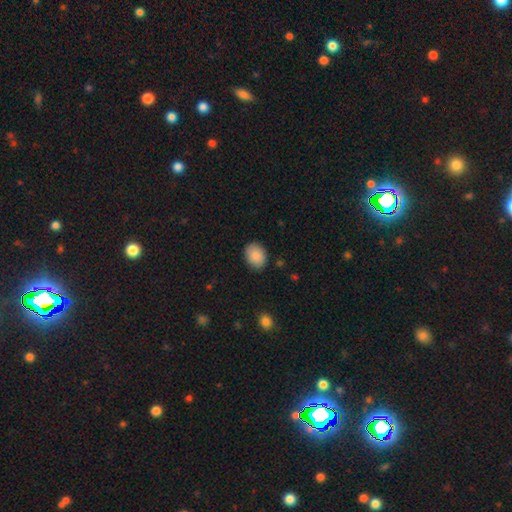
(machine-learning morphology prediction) The model was most divided on "how rounded": in between: 67%, round: 32%, cigar-shaped: 1%. More confident: smooth or featured — smooth (88%); merging — none (85%).